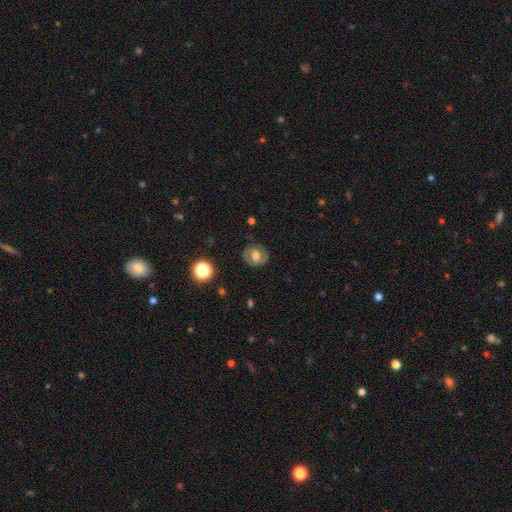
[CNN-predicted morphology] A smooth galaxy with no disk features (49%). Merging: none (82%).